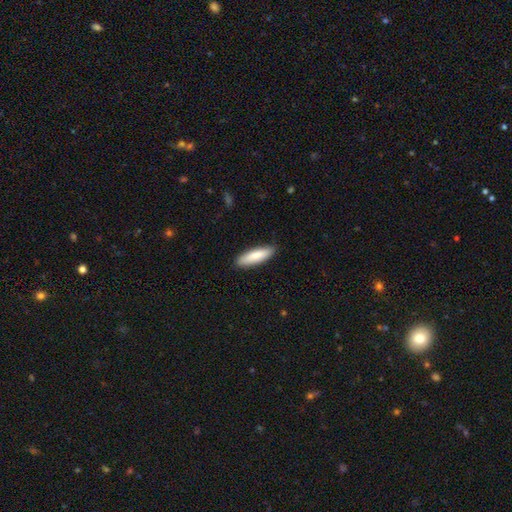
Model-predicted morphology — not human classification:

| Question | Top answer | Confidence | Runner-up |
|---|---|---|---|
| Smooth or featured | smooth | 82% | featured or disk (13%) |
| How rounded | cigar-shaped | 62% | in between (37%) |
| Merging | none | 88% | minor disturbance (9%) |